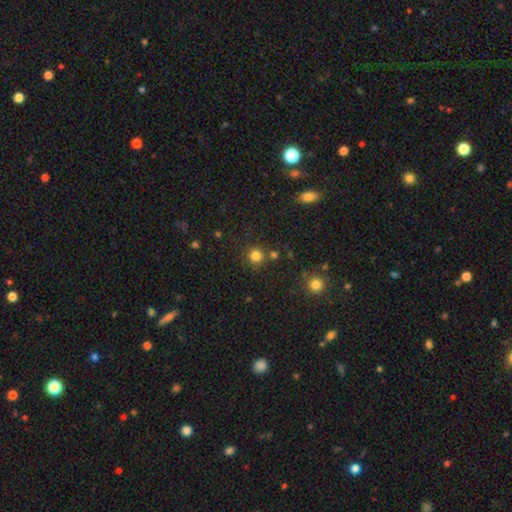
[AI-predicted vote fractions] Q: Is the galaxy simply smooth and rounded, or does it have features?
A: smooth — 80%.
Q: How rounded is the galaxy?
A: round — 93%.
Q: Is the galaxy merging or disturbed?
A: none — 81%.